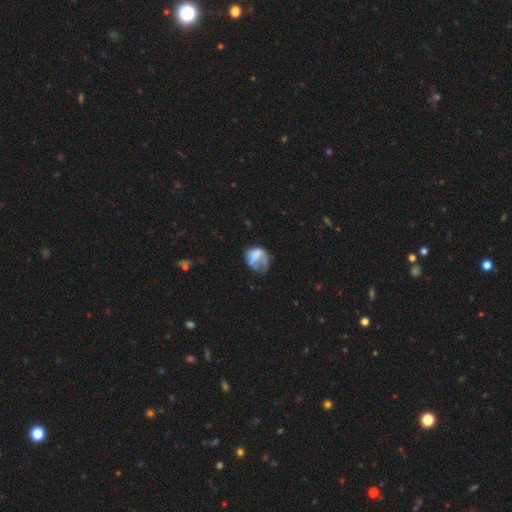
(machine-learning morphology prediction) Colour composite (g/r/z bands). It shows a smooth galaxy with no disk features (52%) that is round (50%). Merging: major disturbance (41%).